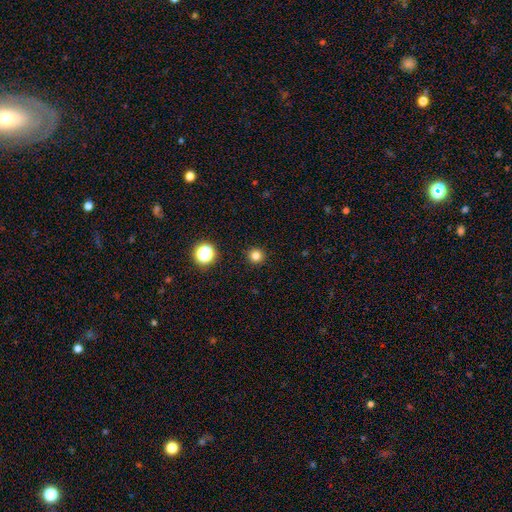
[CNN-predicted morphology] Smooth or featured?
  - smooth: 81% *
  - star or artifact: 15%
  - featured or disk: 4%
How rounded?
  - round: 95% *
  - in between: 4%
  - cigar-shaped: 1%
Merging?
  - none: 92% *
  - minor disturbance: 5%
  - major disturbance: 2%
  - merger: 1%